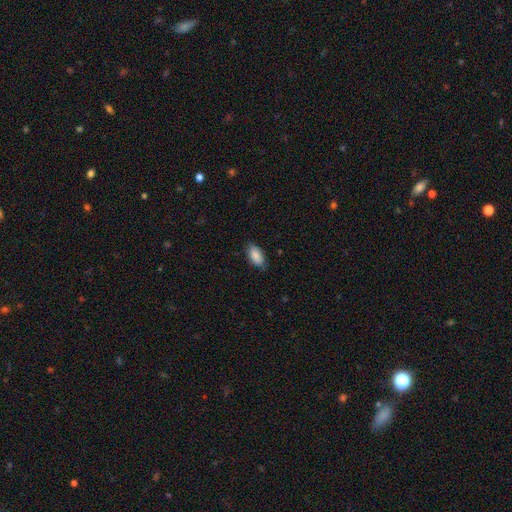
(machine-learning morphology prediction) Smooth or featured? Predicted: smooth (p=0.88). How rounded? Predicted: in between (p=0.92). Merging? Predicted: none (p=0.81).